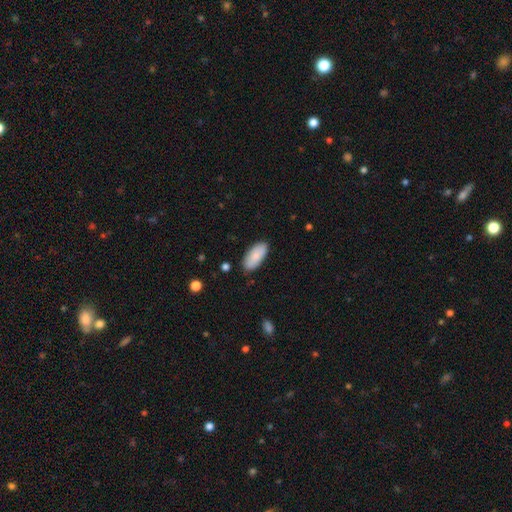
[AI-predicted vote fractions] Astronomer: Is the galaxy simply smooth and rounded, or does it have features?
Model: smooth — 87%.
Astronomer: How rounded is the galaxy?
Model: in between — 90%.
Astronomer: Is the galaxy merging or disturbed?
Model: none — 86%.